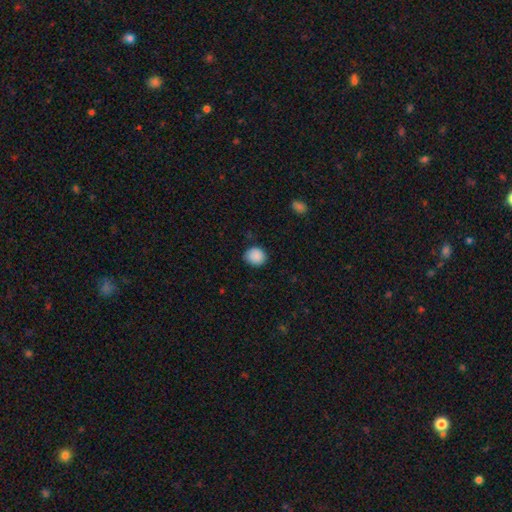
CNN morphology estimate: smooth_or_featured: smooth (p=0.89) [alt: star or artifact p=0.08]
how_rounded: round (p=0.77) [alt: in between p=0.22]
merging: none (p=0.83) [alt: minor disturbance p=0.13]